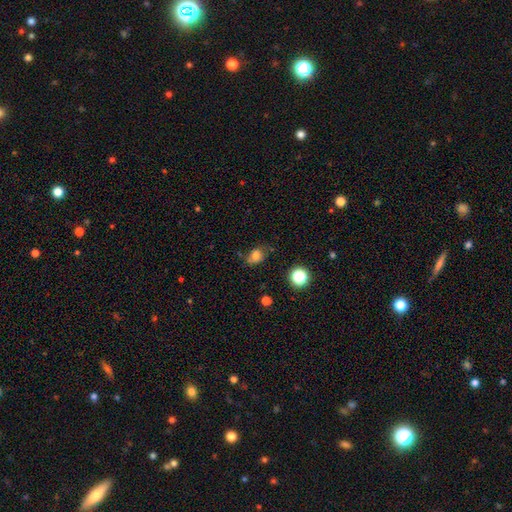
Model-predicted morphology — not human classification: Q: Smooth or featured?
A: smooth (76%); runner-up: star or artifact (14%)
Q: How rounded?
A: in between (60%); runner-up: round (38%)
Q: Merging?
A: none (65%); runner-up: minor disturbance (23%)